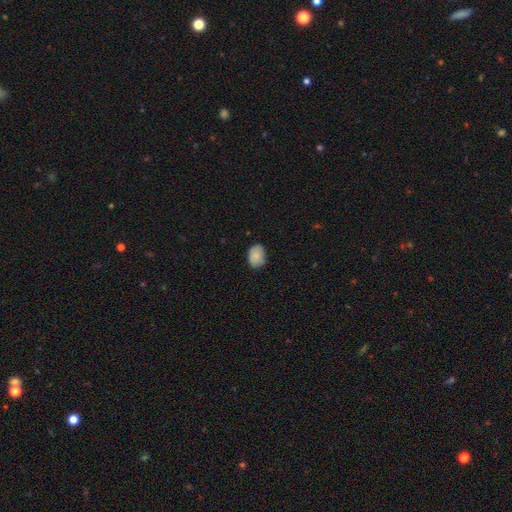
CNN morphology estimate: The model was most divided on "how rounded": in between: 72%, round: 27%, cigar-shaped: 1%. More confident: smooth or featured — smooth (85%); merging — none (75%).